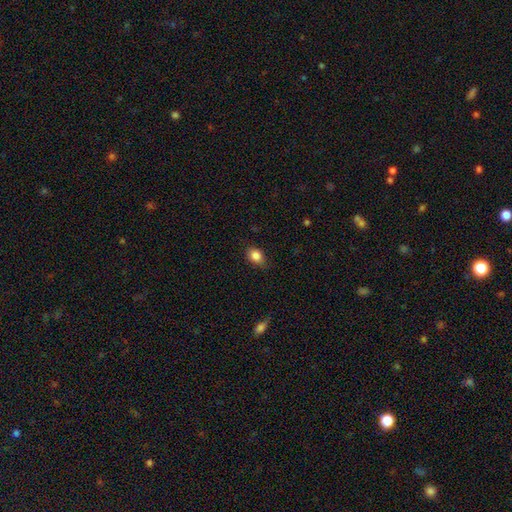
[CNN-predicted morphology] Smooth or featured? smooth (85%)
How rounded? in between (61%)
Merging? none (73%)